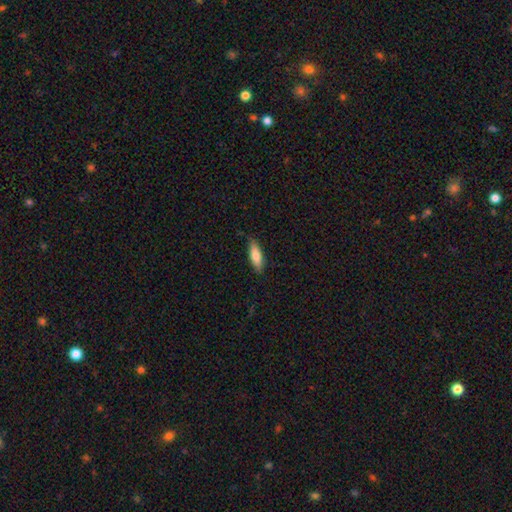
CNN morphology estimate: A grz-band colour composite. It shows a smooth galaxy with no disk features (75%) that is in between round and cigar-shaped (55%). Merging: none (82%).